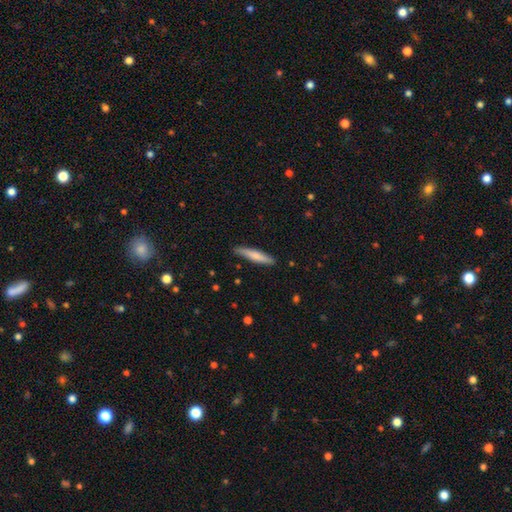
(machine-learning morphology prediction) smooth-or-featured: smooth: 71% | featured or disk: 24% | star or artifact: 5%
  how-rounded: cigar-shaped: 89% | in between: 9% | round: 1%
  merging: none: 87% | minor disturbance: 10% | major disturbance: 2% | merger: 1%